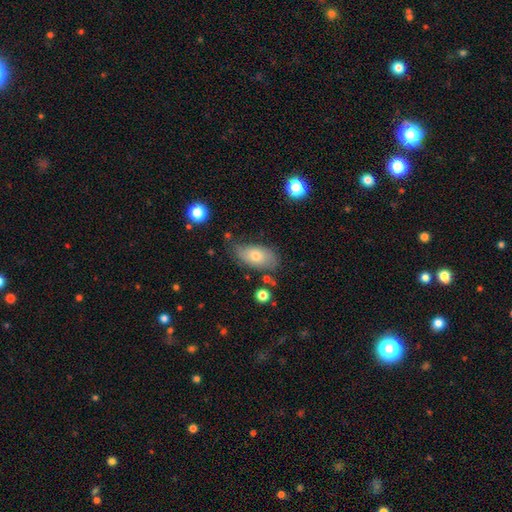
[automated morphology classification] The model was most divided on "smooth or featured": smooth: 66%, featured or disk: 25%, star or artifact: 8%. More confident: how rounded — in between (91%); merging — none (66%).